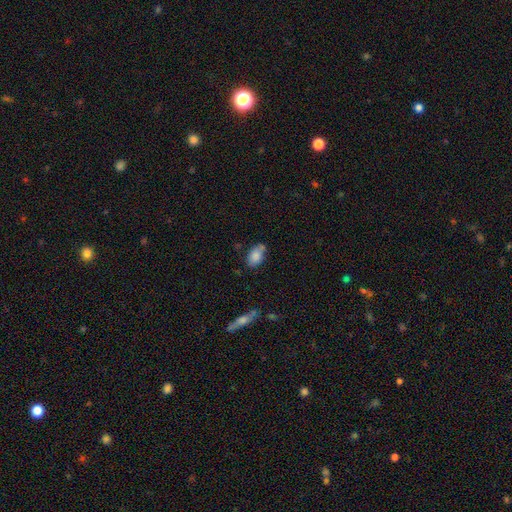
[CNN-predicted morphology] A smooth galaxy with no disk features (82%) that is in between round and cigar-shaped (90%). Merging: none (58%).